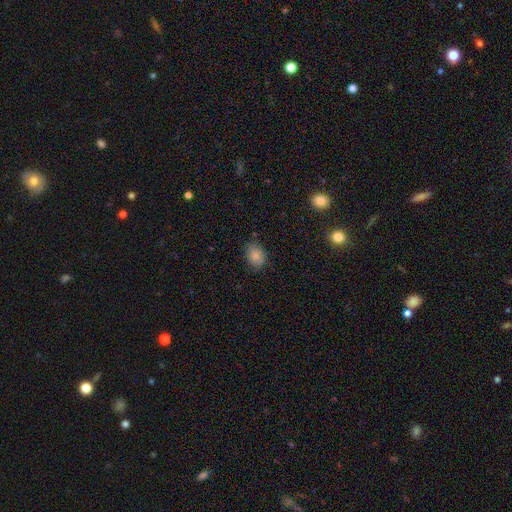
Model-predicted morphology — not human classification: Overall: smooth (85%). How rounded: in between (64%; round 35%). Merging: none (79%).